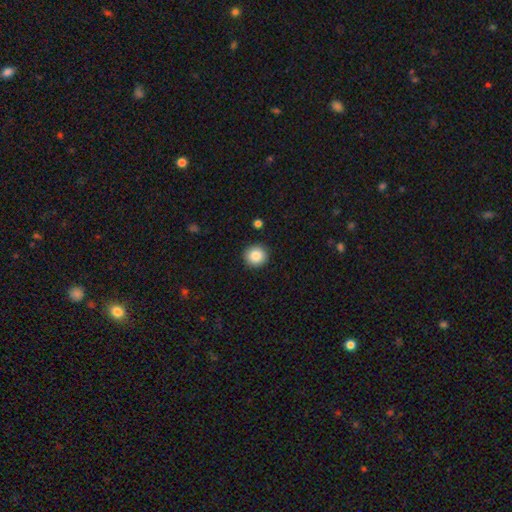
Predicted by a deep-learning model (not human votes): This is clearly a smooth galaxy (86%). How rounded: clearly round (93%). Merging: clearly none (92%).